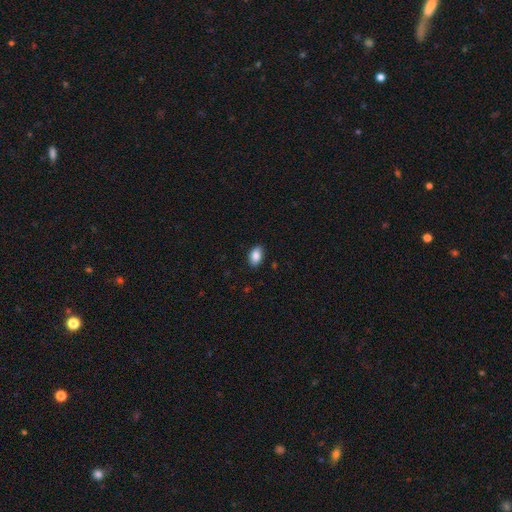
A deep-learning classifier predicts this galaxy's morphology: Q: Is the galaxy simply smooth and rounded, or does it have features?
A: smooth — 87%.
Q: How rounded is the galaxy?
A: in between — 91%.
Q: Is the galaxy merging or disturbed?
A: none — 88%.